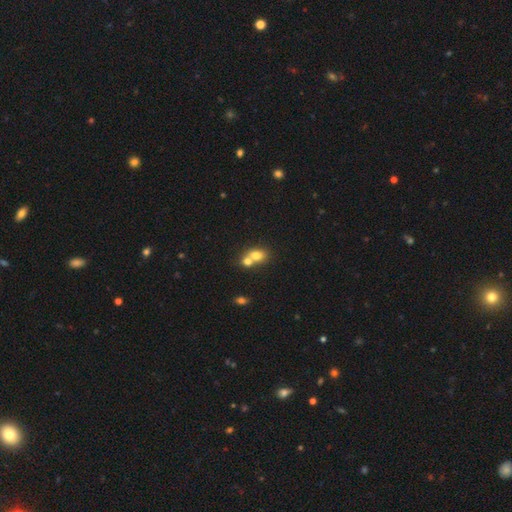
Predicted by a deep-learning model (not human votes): smooth-or-featured: smooth: 74% | featured or disk: 15% | star or artifact: 11%
  how-rounded: in between: 55% | round: 44% | cigar-shaped: 2%
  merging: merger: 64% | none: 27% | minor disturbance: 6% | major disturbance: 3%